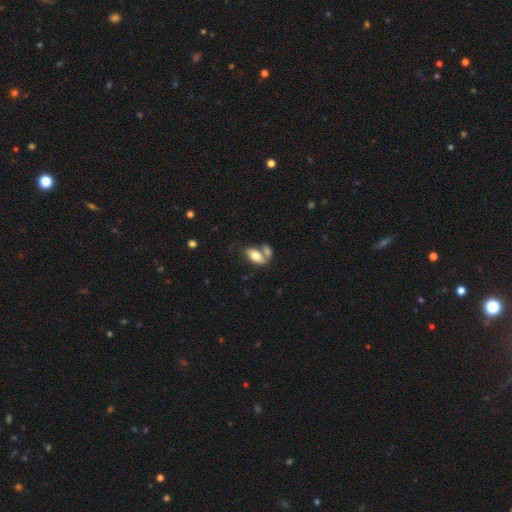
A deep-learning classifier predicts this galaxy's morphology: Smooth or featured? Predicted: smooth (p=0.72). How rounded? Predicted: in between (p=0.90). Merging? Predicted: merger (p=0.48).